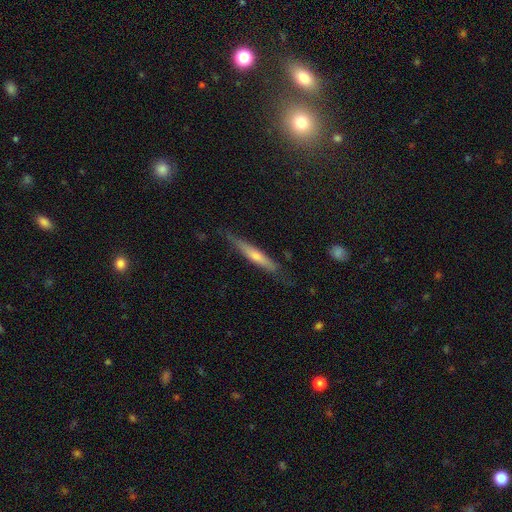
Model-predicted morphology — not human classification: featured or disk 51%, smooth 43%, star or artifact 7%. Down the decision tree: edge-on disk — yes (93%); merging — none (78%).